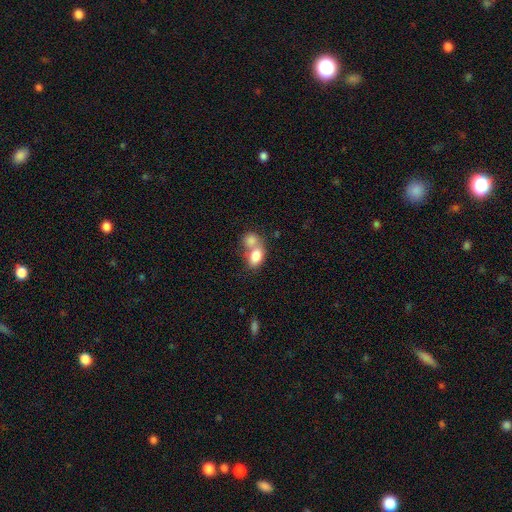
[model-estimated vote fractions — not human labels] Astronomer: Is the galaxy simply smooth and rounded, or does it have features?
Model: smooth — 80%.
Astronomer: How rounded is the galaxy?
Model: in between — 79%.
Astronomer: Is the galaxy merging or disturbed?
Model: merger — 63%.